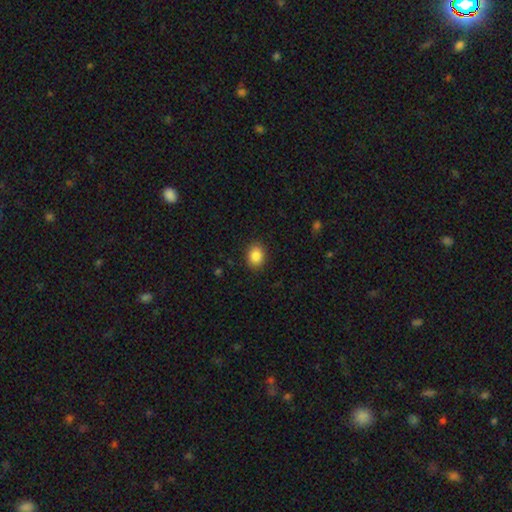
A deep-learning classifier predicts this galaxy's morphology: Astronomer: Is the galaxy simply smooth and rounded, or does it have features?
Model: smooth — 87%.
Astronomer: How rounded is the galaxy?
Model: in between — 56% (runner-up: round, 43%).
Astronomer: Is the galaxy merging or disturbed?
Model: none — 89%.